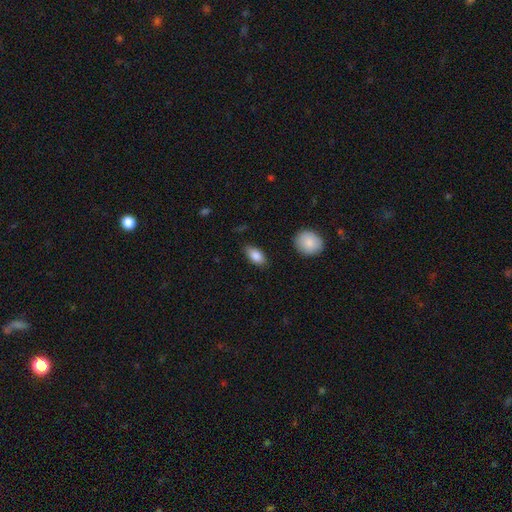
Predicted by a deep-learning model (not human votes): Smooth or featured?
  - smooth: 86% *
  - featured or disk: 7%
  - star or artifact: 7%
How rounded?
  - in between: 91% *
  - cigar-shaped: 5%
  - round: 4%
Merging?
  - none: 82% *
  - minor disturbance: 13%
  - major disturbance: 3%
  - merger: 2%